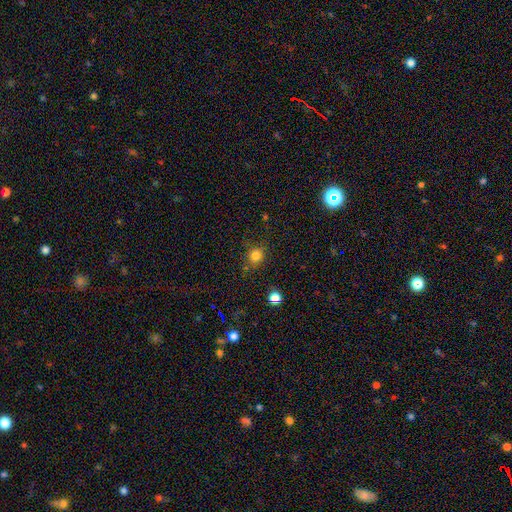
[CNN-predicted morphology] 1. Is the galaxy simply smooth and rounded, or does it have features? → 79% smooth, 15% star or artifact, 5% featured or disk.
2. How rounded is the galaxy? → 87% round, 12% in between, 1% cigar-shaped.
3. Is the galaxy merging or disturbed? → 79% none, 13% minor disturbance, 5% major disturbance, 4% merger.